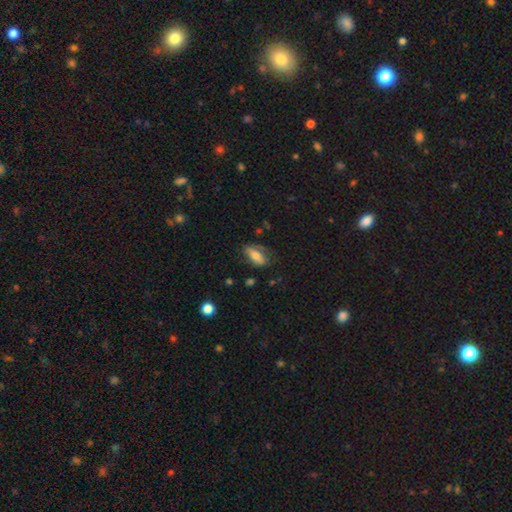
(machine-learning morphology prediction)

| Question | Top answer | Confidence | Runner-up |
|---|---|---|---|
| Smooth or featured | smooth | 64% | featured or disk (29%) |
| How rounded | in between | 82% | cigar-shaped (14%) |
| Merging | none | 57% | minor disturbance (27%) |